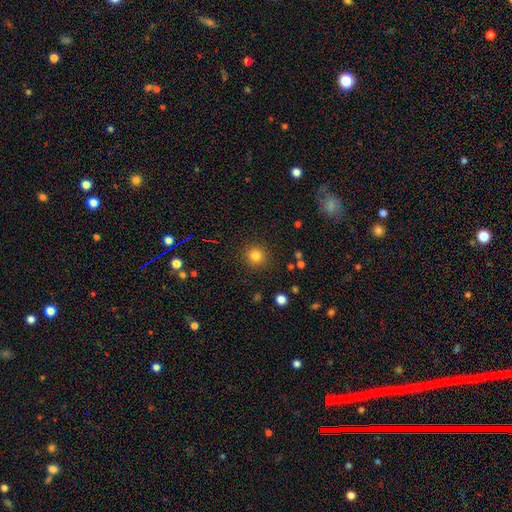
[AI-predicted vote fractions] The model was most divided on "smooth or featured": smooth: 81%, star or artifact: 13%, featured or disk: 6%. More confident: how rounded — round (94%); merging — none (90%).